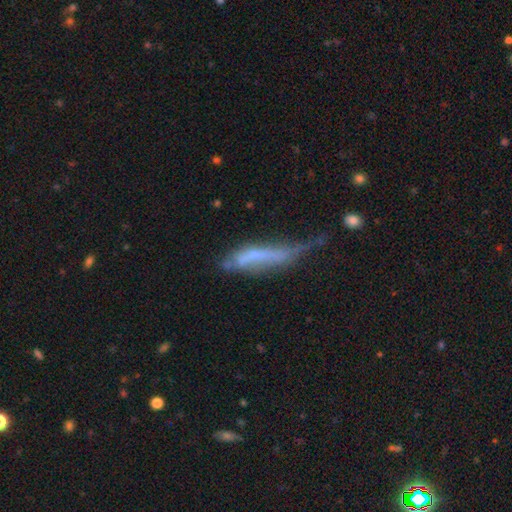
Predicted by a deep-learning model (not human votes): Smooth or featured? Predicted: featured or disk (p=0.47). Merging? Predicted: major disturbance (p=0.34).